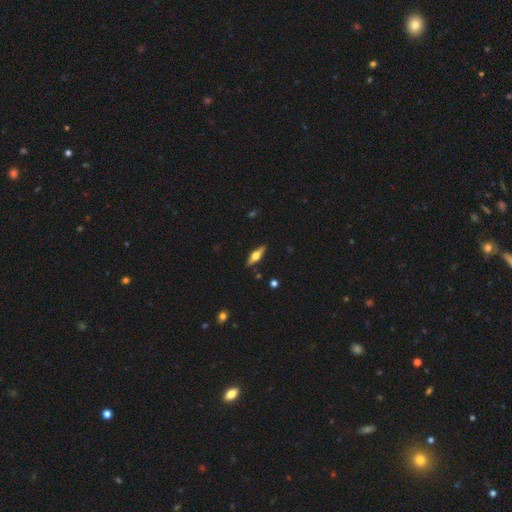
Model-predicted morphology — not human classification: A featured or disk galaxy (54%) viewed edge-on (93%) with a rounded central bulge (92%). Merging: none (88%).